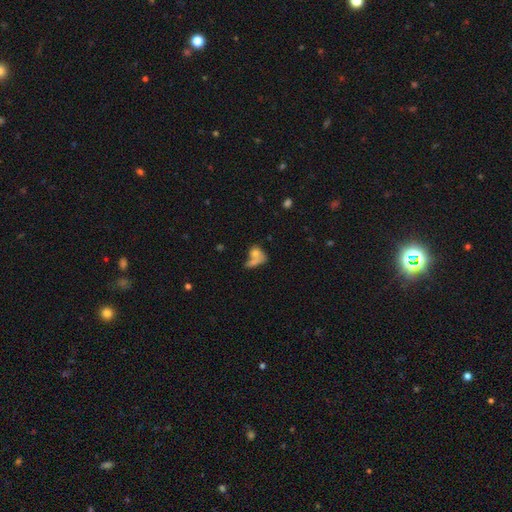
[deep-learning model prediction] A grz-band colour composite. It shows a smooth galaxy with no disk features (68%) that is in between round and cigar-shaped (56%). Merging: merger (48%).